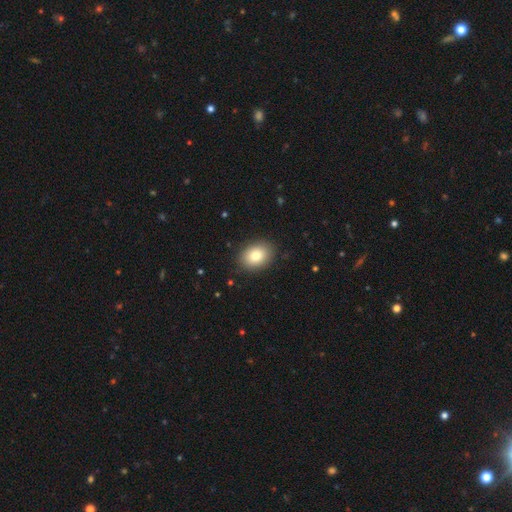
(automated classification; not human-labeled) A smooth galaxy with no disk features (83%) that is in between round and cigar-shaped (74%).

Vote fractions:
- Smooth or featured? smooth: 83% / featured or disk: 9% / star or artifact: 8%
- How rounded? in between: 74% / round: 25% / cigar-shaped: 1%
- Merging? none: 88% / minor disturbance: 9% / major disturbance: 2% / merger: 1%